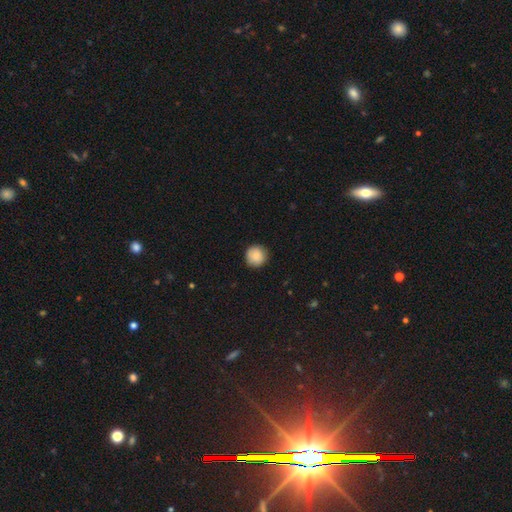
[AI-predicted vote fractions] smooth-or-featured: smooth: 87% | star or artifact: 8% | featured or disk: 5%
  how-rounded: round: 95% | in between: 4% | cigar-shaped: 1%
  merging: none: 88% | minor disturbance: 9% | major disturbance: 2% | merger: 1%